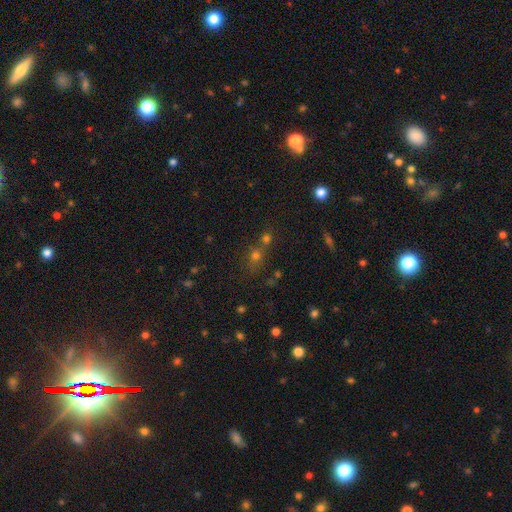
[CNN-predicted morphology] A smooth galaxy with no disk features (54%) that is round (76%).

Vote fractions:
- Smooth or featured? smooth: 54% / star or artifact: 35% / featured or disk: 11%
- How rounded? round: 76% / in between: 21% / cigar-shaped: 2%
- Merging? none: 55% / merger: 32% / minor disturbance: 9% / major disturbance: 4%